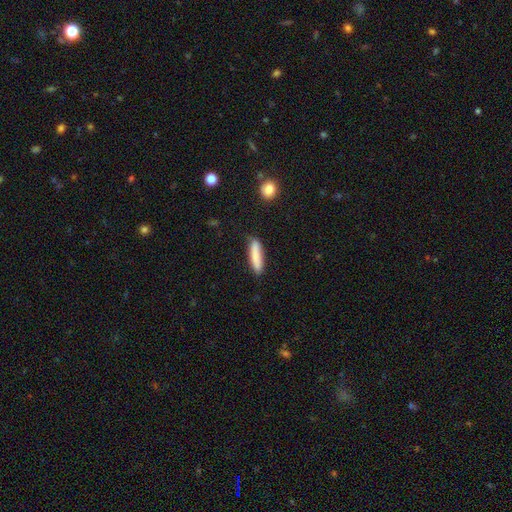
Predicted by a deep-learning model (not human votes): This appears to be a smooth galaxy with no disk features (83%) that is cigar-shaped (77%). Merging: none (83%).